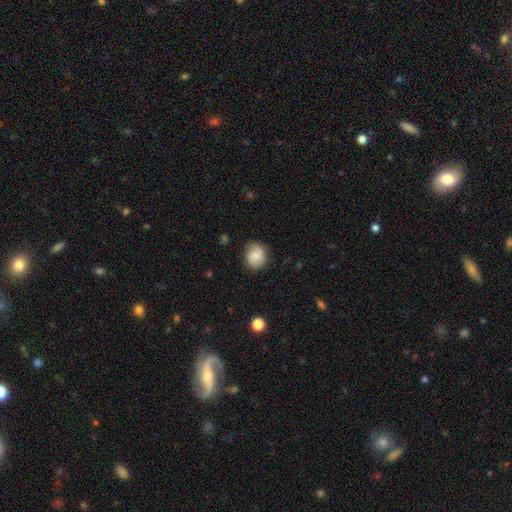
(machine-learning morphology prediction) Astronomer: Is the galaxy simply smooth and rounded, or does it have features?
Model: smooth — 72%.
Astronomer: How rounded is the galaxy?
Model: round — 69%.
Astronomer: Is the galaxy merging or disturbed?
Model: none — 77%.